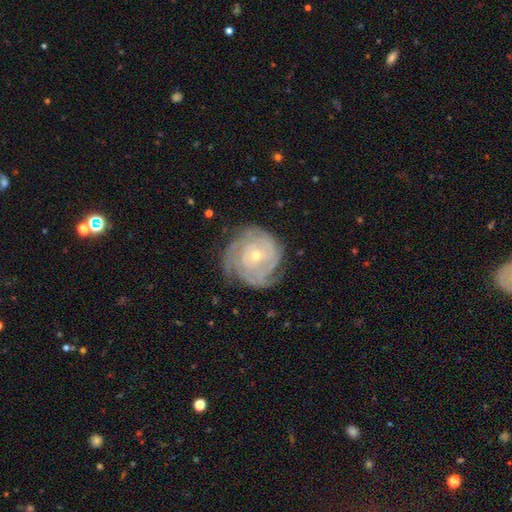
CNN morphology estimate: This is clearly a featured or disk galaxy (86%). It is clearly not viewed edge-on (98%). Bar: likely no (73%). Spiral arm pattern: clearly yes (96%). Spiral arm count: marginally can't tell (30%). Spiral winding: likely tight (78%). Central bulge: likely small (68%). Merging: likely none (71%).